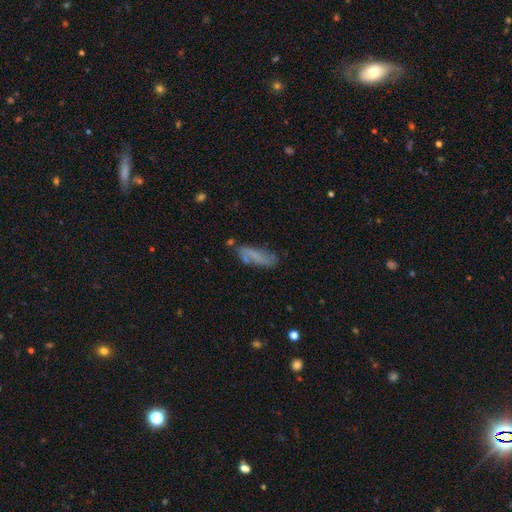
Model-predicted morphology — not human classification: This appears to be a smooth galaxy with no disk features (56%) that is in between round and cigar-shaped (50%). Merging: none (57%).